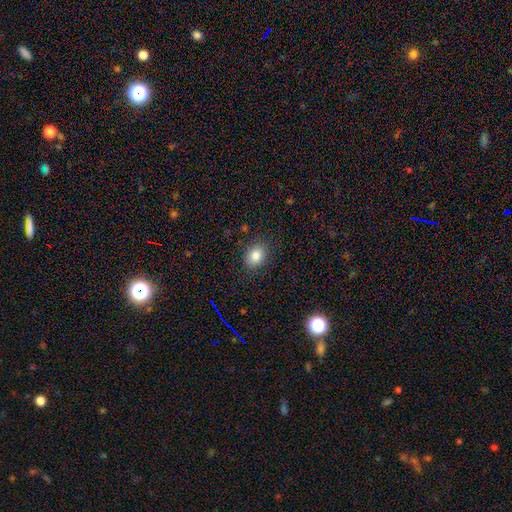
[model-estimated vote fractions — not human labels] A smooth galaxy with no disk features (84%) that is in between round and cigar-shaped (60%).

Vote fractions:
- Smooth or featured? smooth: 84% / star or artifact: 10% / featured or disk: 6%
- How rounded? in between: 60% / round: 39% / cigar-shaped: 1%
- Merging? none: 85% / minor disturbance: 11% / major disturbance: 3% / merger: 1%